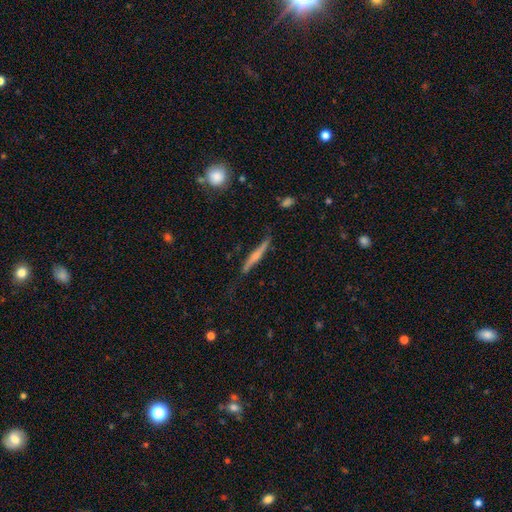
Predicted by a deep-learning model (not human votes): The model was most divided on "edge-on bulge": rounded: 52%, none: 34%, boxy: 14%. More confident: edge-on disk — yes (94%); merging — none (73%); smooth or featured — featured or disk (56%).